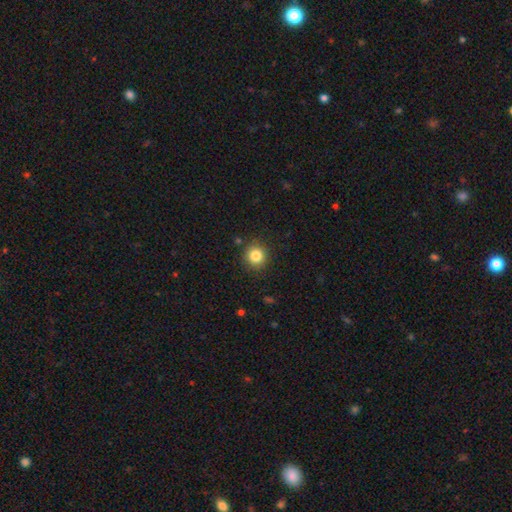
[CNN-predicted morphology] Smooth or featured? smooth (84%)
How rounded? round (91%)
Merging? none (89%)